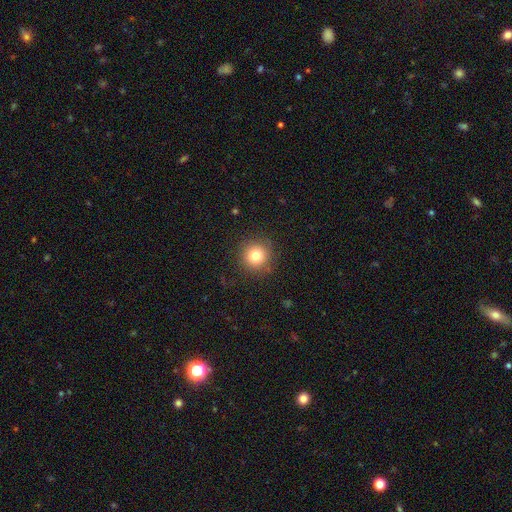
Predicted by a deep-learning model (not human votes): Smooth or featured?
  - smooth: 79% *
  - star or artifact: 13%
  - featured or disk: 8%
How rounded?
  - round: 94% *
  - in between: 5%
  - cigar-shaped: 1%
Merging?
  - none: 89% *
  - minor disturbance: 7%
  - major disturbance: 3%
  - merger: 1%